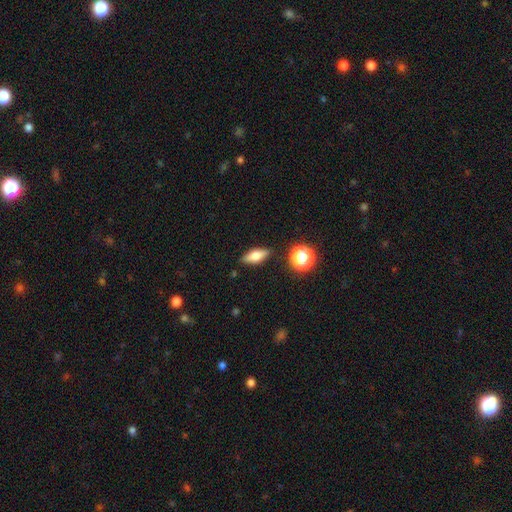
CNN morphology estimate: Overall: smooth (63%; featured or disk 28%). How rounded: in between (63%; cigar-shaped 30%). Merging: none (86%).